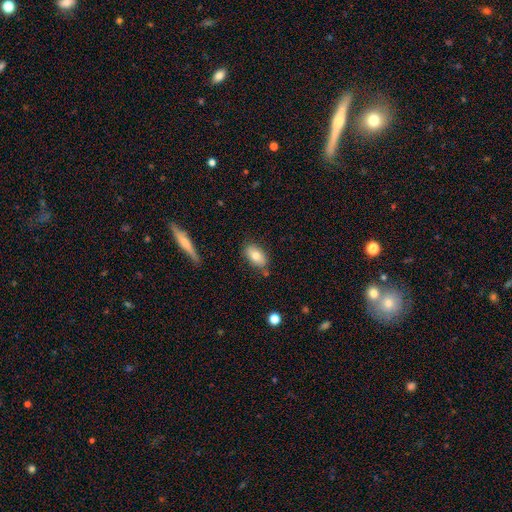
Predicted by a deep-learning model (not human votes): Smooth or featured? smooth (77%)
How rounded? in between (90%)
Merging? none (76%)